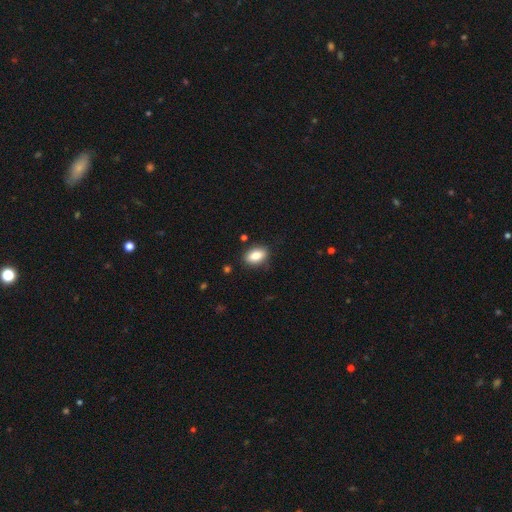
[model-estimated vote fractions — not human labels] Smooth or featured: smooth — 86% (star or artifact — 7%)
How rounded: in between — 89% (round — 8%)
Merging: none — 84% (minor disturbance — 12%)